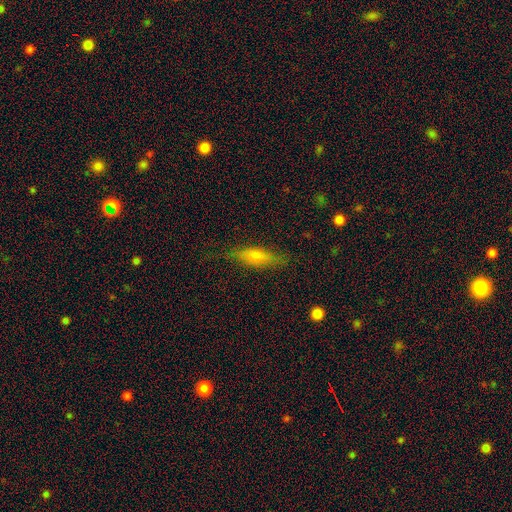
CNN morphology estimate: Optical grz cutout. It shows a smooth galaxy with no disk features (62%) that is cigar-shaped (53%). Merging: none (78%).